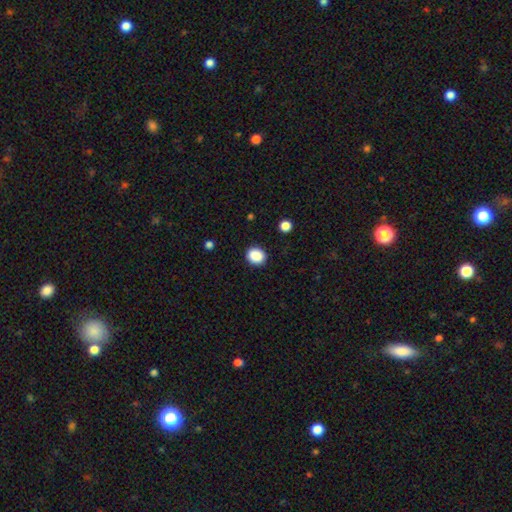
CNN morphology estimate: smooth-or-featured: smooth: 88% | star or artifact: 9% | featured or disk: 3%
  how-rounded: round: 69% | in between: 30% | cigar-shaped: 1%
  merging: none: 89% | minor disturbance: 7% | major disturbance: 2% | merger: 1%